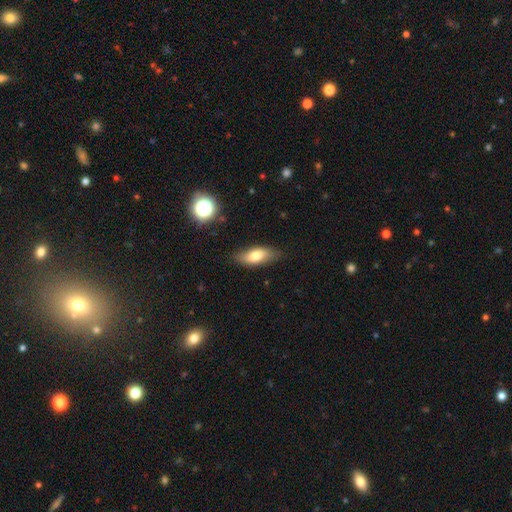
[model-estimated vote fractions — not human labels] Smooth or featured?
  - smooth: 72% *
  - featured or disk: 20%
  - star or artifact: 8%
How rounded?
  - in between: 77% *
  - cigar-shaped: 19%
  - round: 4%
Merging?
  - none: 79% *
  - minor disturbance: 16%
  - major disturbance: 3%
  - merger: 2%